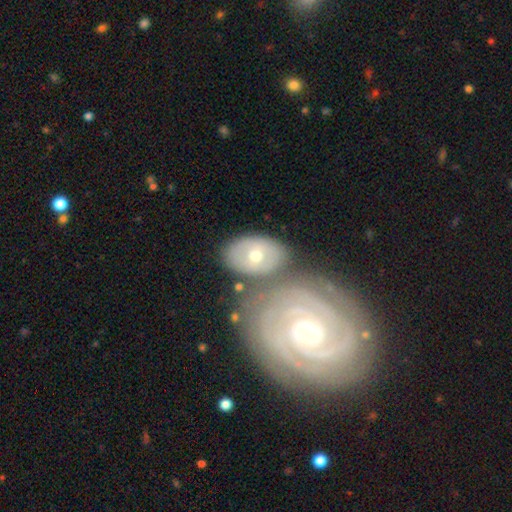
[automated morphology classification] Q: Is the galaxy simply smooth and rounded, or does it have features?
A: featured or disk — 61%.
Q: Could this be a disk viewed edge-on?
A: no — 93%.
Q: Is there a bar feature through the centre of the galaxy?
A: no — 70%.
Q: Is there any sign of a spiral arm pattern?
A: yes — 72%.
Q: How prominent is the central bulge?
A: moderate — 60%.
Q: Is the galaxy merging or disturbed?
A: none — 57%.